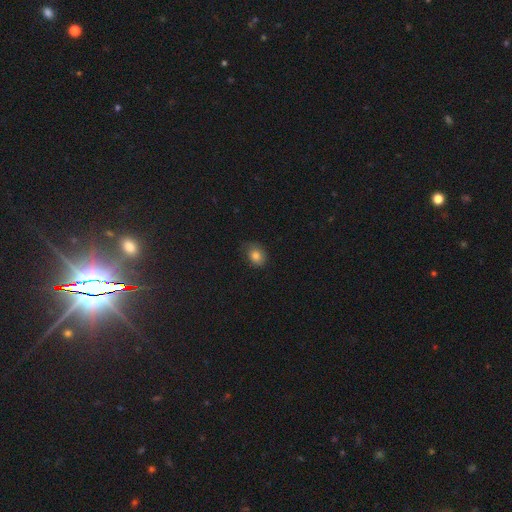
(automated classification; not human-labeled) smooth 80%, star or artifact 10%, featured or disk 9%. Down the decision tree: how rounded — in between (52%); merging — none (61%).